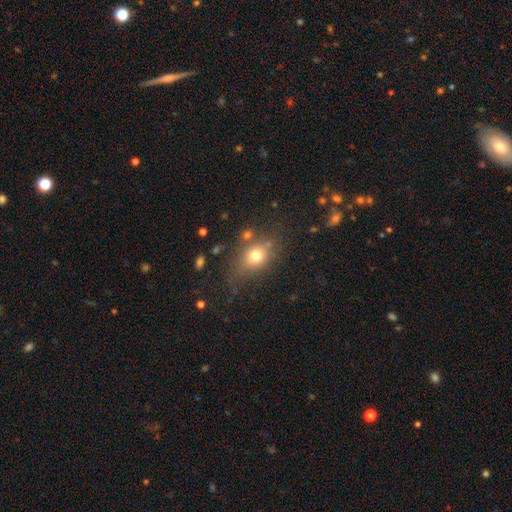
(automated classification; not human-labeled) Smooth or featured? Predicted: smooth (p=0.73). How rounded? Predicted: in between (p=0.60). Merging? Predicted: none (p=0.67).